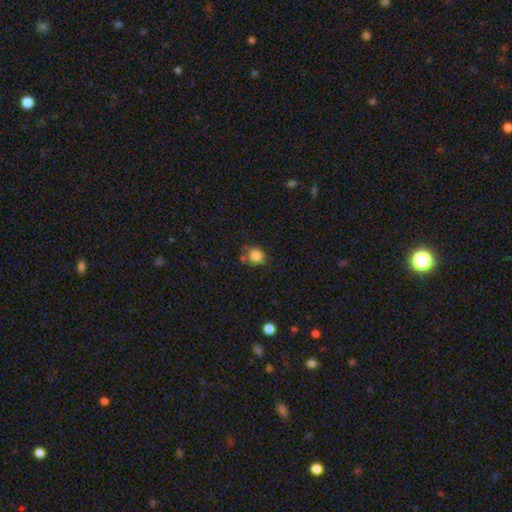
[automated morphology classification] A smooth galaxy with no disk features (85%) that is round (79%).

Vote fractions:
- Smooth or featured? smooth: 85% / star or artifact: 10% / featured or disk: 5%
- How rounded? round: 79% / in between: 20% / cigar-shaped: 1%
- Merging? none: 69% / minor disturbance: 16% / merger: 10% / major disturbance: 5%